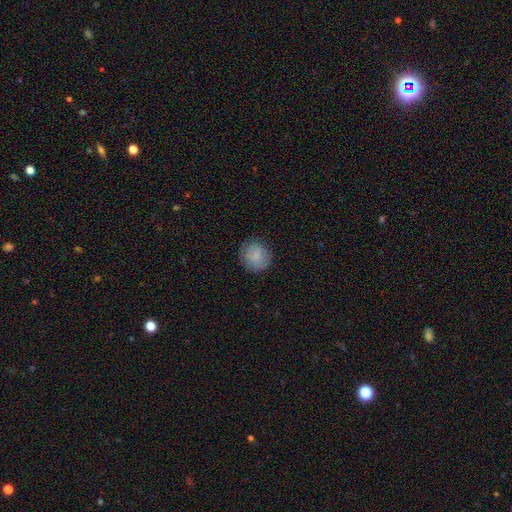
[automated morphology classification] The model was most divided on "merging": none: 82%, minor disturbance: 13%, major disturbance: 4%, merger: 1%. More confident: how rounded — round (89%); smooth or featured — smooth (84%).